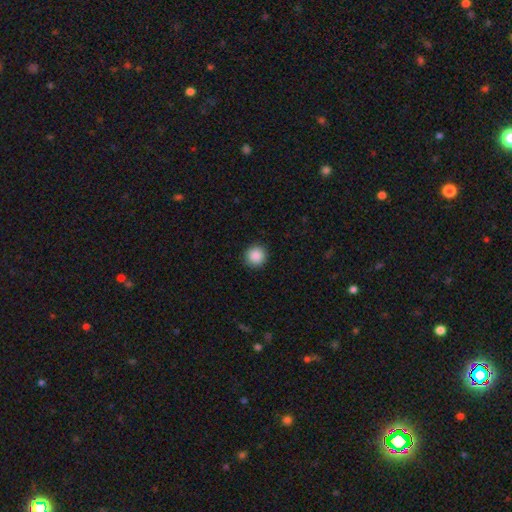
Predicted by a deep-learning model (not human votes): Q: Smooth or featured?
A: smooth (89%); runner-up: star or artifact (9%)
Q: How rounded?
A: round (95%); runner-up: in between (4%)
Q: Merging?
A: none (92%); runner-up: minor disturbance (5%)